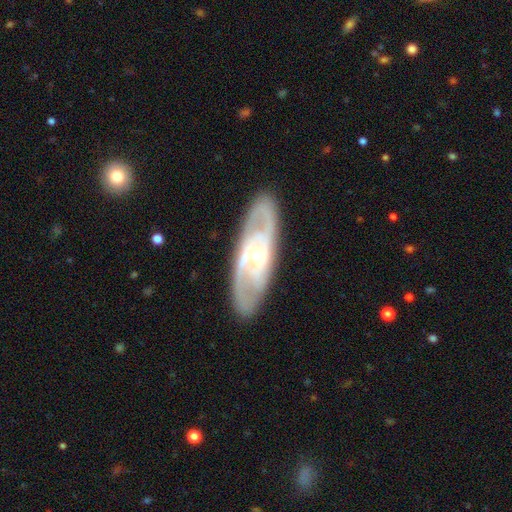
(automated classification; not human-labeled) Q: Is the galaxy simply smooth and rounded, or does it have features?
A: featured or disk — 84%.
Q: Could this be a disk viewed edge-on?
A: no — 86%.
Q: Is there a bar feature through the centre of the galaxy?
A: no — 50%.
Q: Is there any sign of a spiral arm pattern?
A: yes — 90%.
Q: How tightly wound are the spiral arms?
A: medium — 46%.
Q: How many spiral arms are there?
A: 2 — 72%.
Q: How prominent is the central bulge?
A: small — 51%.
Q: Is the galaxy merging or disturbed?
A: none — 86%.